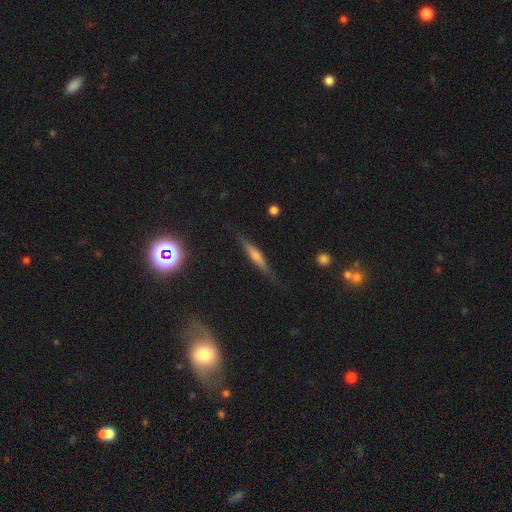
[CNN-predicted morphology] The model was most divided on "smooth or featured": featured or disk: 50%, smooth: 39%, star or artifact: 11%. More confident: edge-on disk — yes (94%); merging — none (81%).